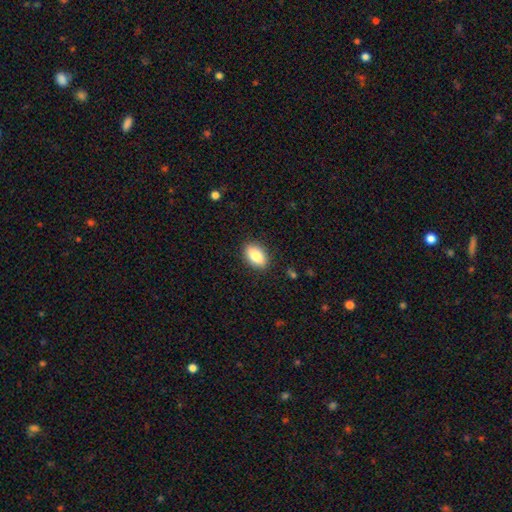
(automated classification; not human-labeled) Smooth or featured?
  - smooth: 83% *
  - featured or disk: 10%
  - star or artifact: 7%
How rounded?
  - in between: 88% *
  - round: 7%
  - cigar-shaped: 5%
Merging?
  - none: 88% *
  - minor disturbance: 9%
  - major disturbance: 2%
  - merger: 1%